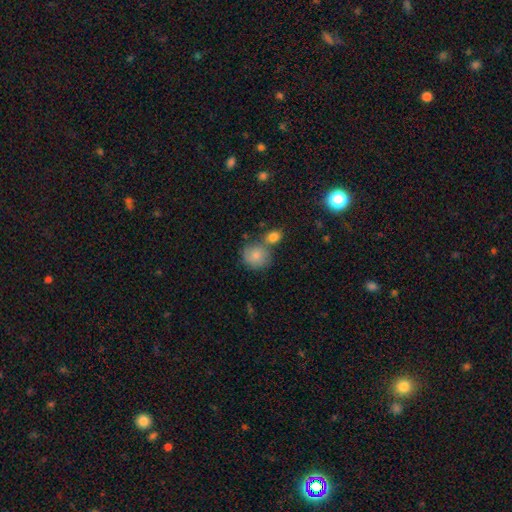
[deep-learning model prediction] Smooth or featured? smooth (81%)
How rounded? round (80%)
Merging? none (49%)